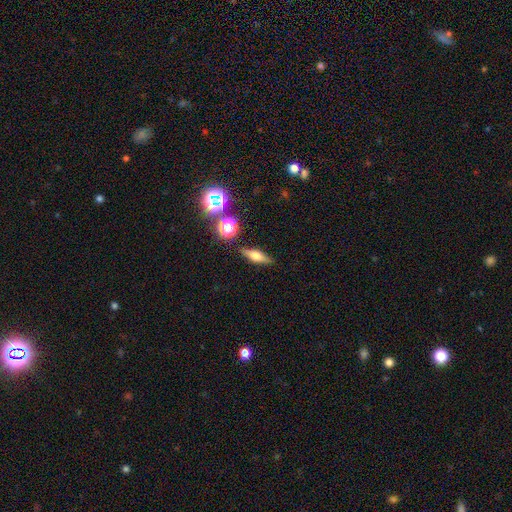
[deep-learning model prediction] Smooth or featured? Predicted: featured or disk (p=0.47). Merging? Predicted: none (p=0.86).